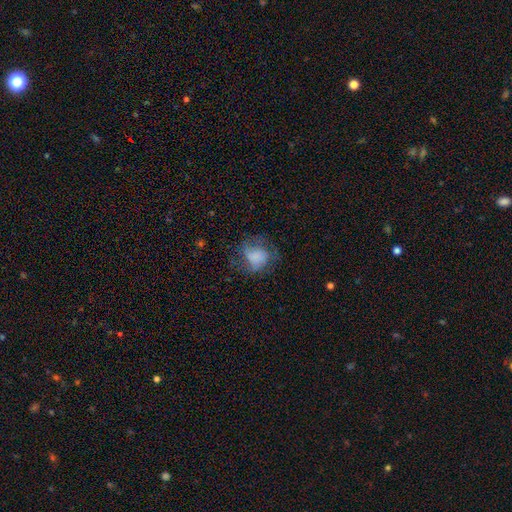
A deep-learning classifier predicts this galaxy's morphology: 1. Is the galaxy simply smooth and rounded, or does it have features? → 52% smooth, 38% featured or disk, 11% star or artifact.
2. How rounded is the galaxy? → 60% round, 39% in between, 1% cigar-shaped.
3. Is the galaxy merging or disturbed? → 46% none, 29% major disturbance, 23% minor disturbance, 2% merger.